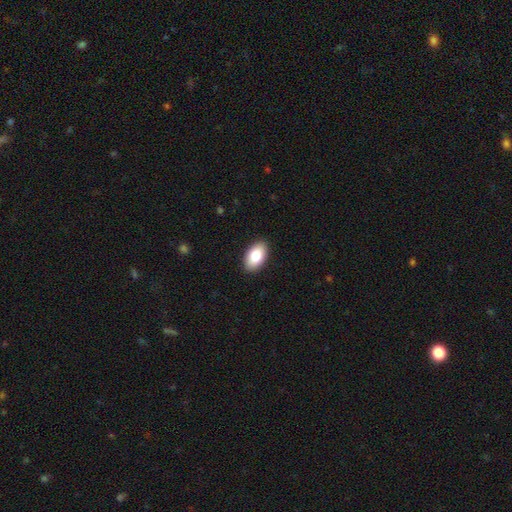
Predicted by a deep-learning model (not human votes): Smooth or featured: smooth — 84% (featured or disk — 10%)
How rounded: in between — 94% (round — 4%)
Merging: none — 90% (minor disturbance — 7%)